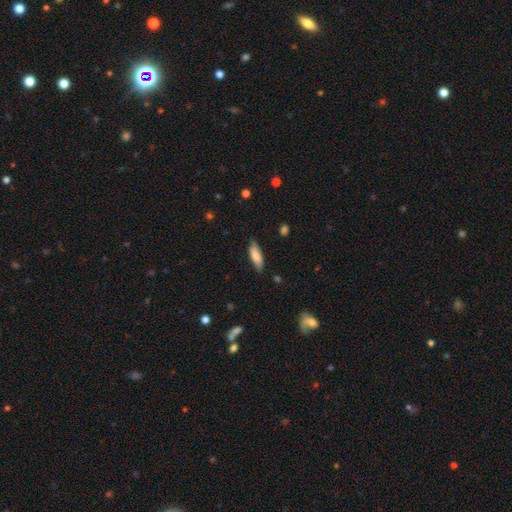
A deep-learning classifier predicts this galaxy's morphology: Smooth or featured? smooth (81%)
How rounded? in between (60%)
Merging? none (77%)